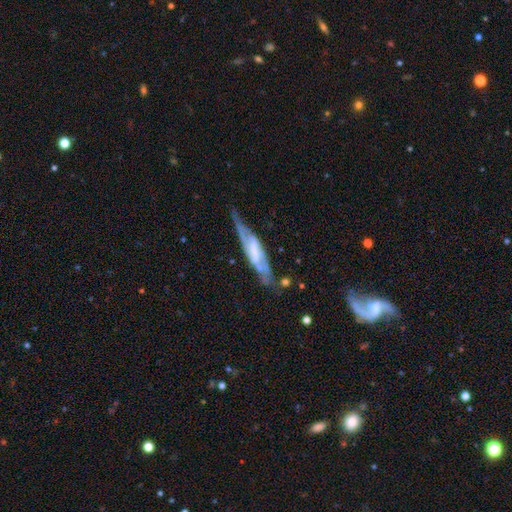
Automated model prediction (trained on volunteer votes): smooth_or_featured: featured or disk (p=0.75) [alt: smooth p=0.19]
disk_edge_on: yes (p=0.56) [alt: no p=0.44]
merging: none (p=0.60) [alt: minor disturbance p=0.25]